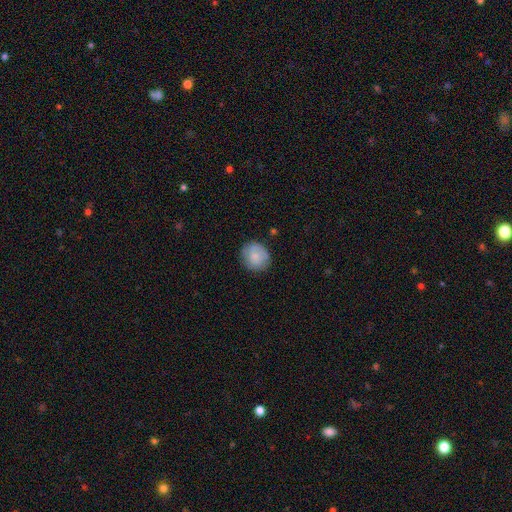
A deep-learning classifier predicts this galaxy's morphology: Smooth or featured?
  - smooth: 79% *
  - featured or disk: 14%
  - star or artifact: 7%
How rounded?
  - round: 83% *
  - in between: 16%
  - cigar-shaped: 1%
Merging?
  - none: 80% *
  - minor disturbance: 15%
  - major disturbance: 4%
  - merger: 1%